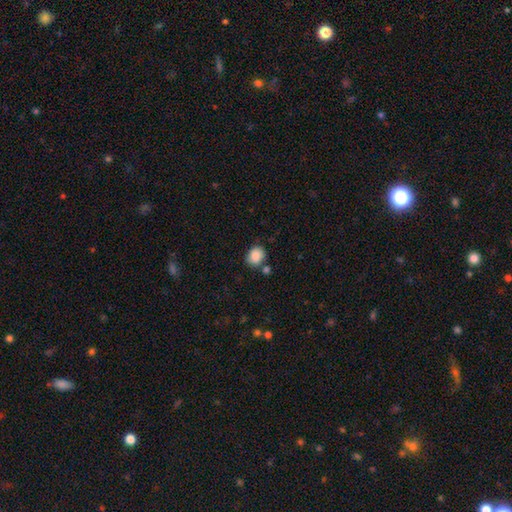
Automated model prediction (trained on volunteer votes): Smooth or featured? smooth (87%)
How rounded? round (65%)
Merging? none (72%)